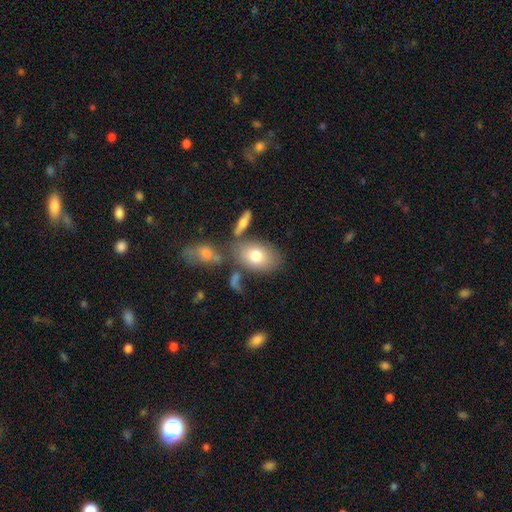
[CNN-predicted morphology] A smooth galaxy with no disk features (74%) that is in between round and cigar-shaped (85%). Merging: none (63%).